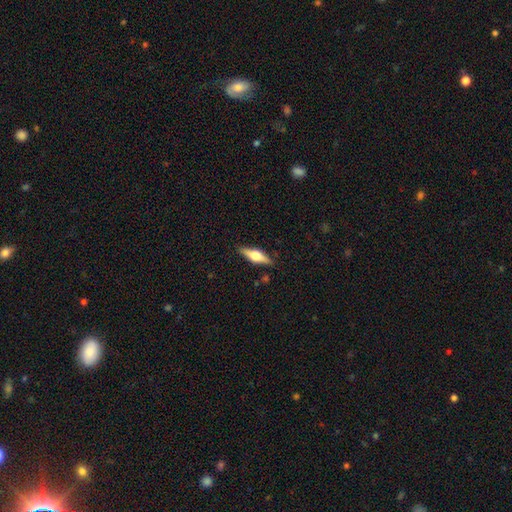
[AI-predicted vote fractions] Morphology: type=featured or disk (59%); edge-on=yes (95%); edge-on bulge=rounded (93%); merging=none (87%).